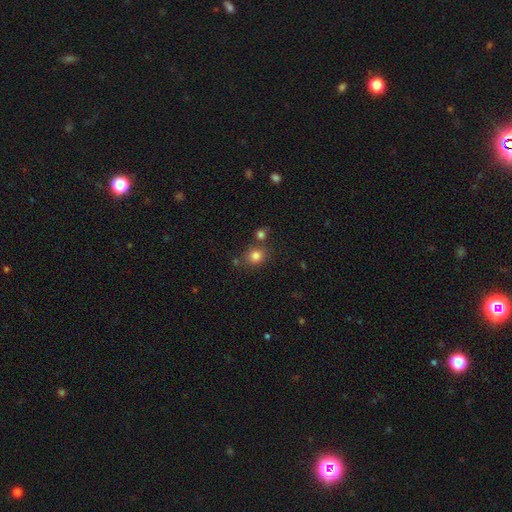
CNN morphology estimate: Overall: smooth (82%). How rounded: round (76%). Merging: none (71%).